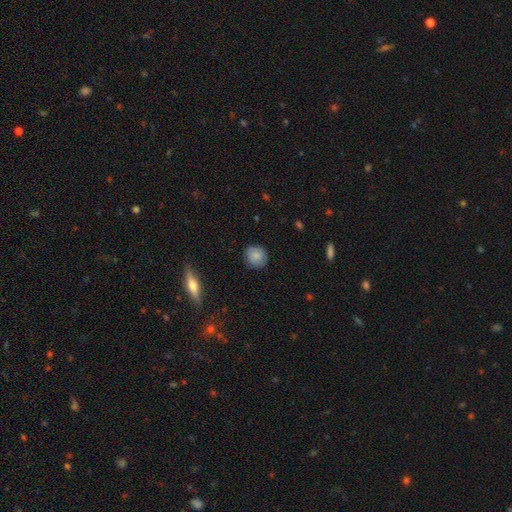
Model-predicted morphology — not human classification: type=smooth (83%); roundness=round (84%); merging=none (86%).